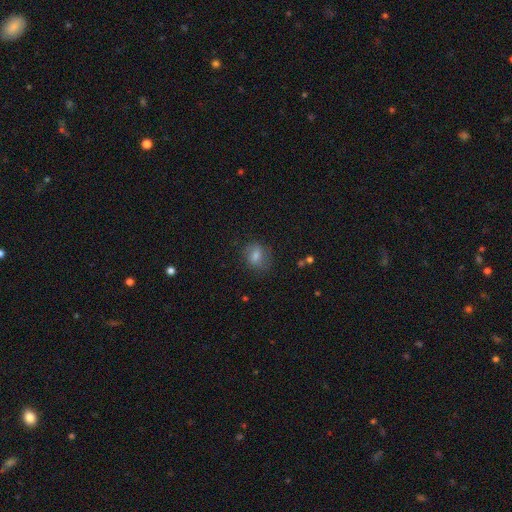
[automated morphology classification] A smooth galaxy with no disk features (72%) that is round (53%).

Vote fractions:
- Smooth or featured? smooth: 72% / featured or disk: 18% / star or artifact: 10%
- How rounded? round: 53% / in between: 46% / cigar-shaped: 1%
- Merging? none: 73% / minor disturbance: 19% / major disturbance: 7% / merger: 2%